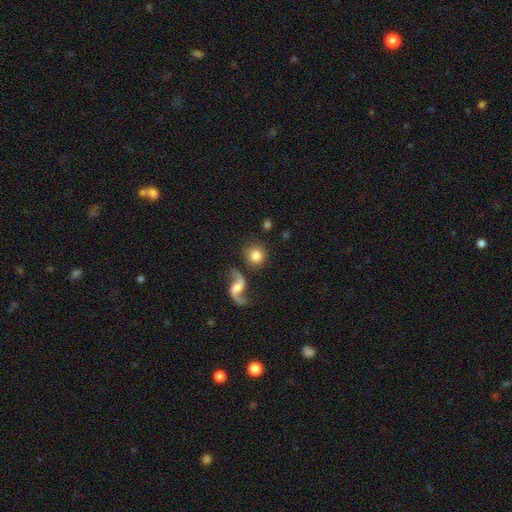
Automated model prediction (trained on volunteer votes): Morphology: type=smooth (68%); roundness=round (92%); merging=none (79%).